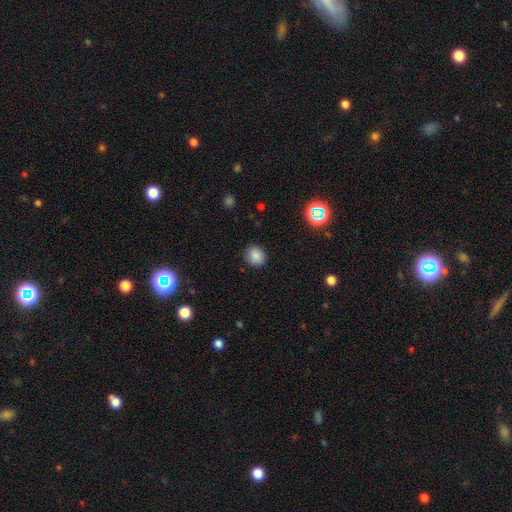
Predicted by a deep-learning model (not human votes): Smooth or featured? smooth (85%)
How rounded? round (83%)
Merging? none (87%)